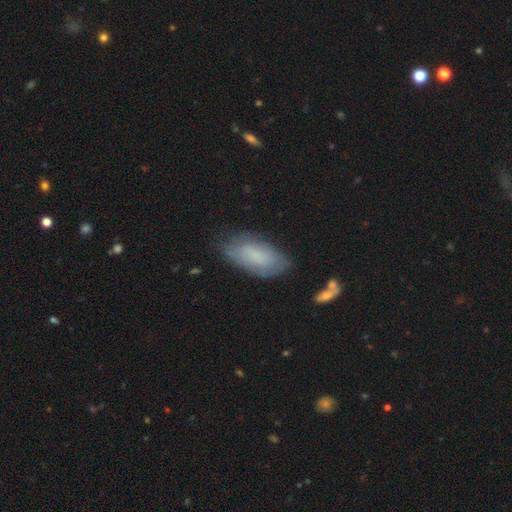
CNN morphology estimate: smooth_or_featured: smooth (p=0.67) [alt: featured or disk p=0.25]
how_rounded: in between (p=0.91) [alt: cigar-shaped p=0.06]
merging: none (p=0.68) [alt: minor disturbance p=0.23]